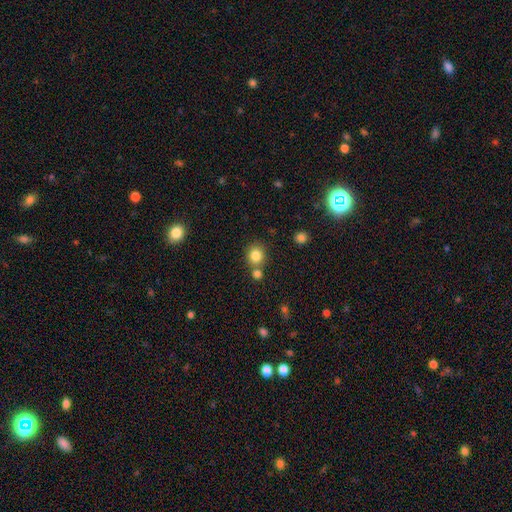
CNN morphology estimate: Smooth or featured: smooth — 82% (star or artifact — 11%)
How rounded: round — 83% (in between — 16%)
Merging: none — 67% (merger — 21%)